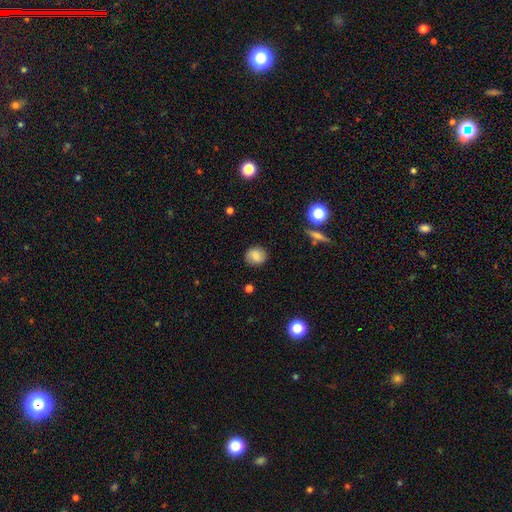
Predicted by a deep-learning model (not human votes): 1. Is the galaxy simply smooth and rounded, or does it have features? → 83% smooth, 9% star or artifact, 8% featured or disk.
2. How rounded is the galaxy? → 80% round, 19% in between, 1% cigar-shaped.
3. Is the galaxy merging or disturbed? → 86% none, 10% minor disturbance, 3% major disturbance, 1% merger.